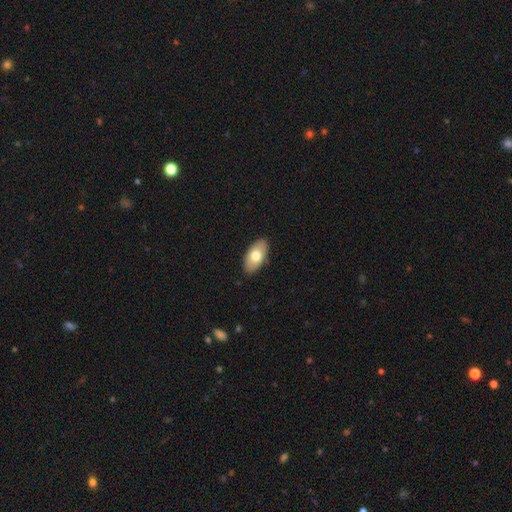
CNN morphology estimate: This appears to be a smooth galaxy with no disk features (69%) that is in between round and cigar-shaped (94%). Merging: none (87%).